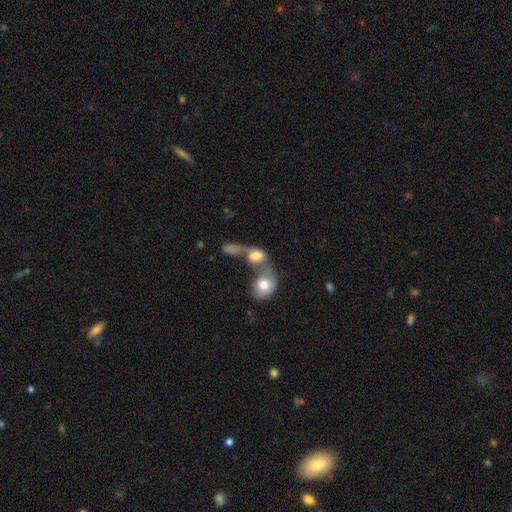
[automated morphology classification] A smooth galaxy with no disk features (64%) that is in between round and cigar-shaped (73%).

Vote fractions:
- Smooth or featured? smooth: 64% / featured or disk: 26% / star or artifact: 10%
- How rounded? in between: 73% / round: 22% / cigar-shaped: 5%
- Merging? merger: 76% / major disturbance: 10% / none: 9% / minor disturbance: 5%